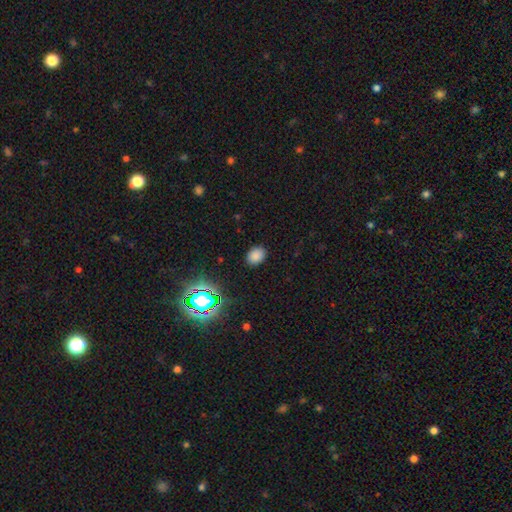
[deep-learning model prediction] Smooth or featured? smooth (80%)
How rounded? in between (63%)
Merging? none (87%)